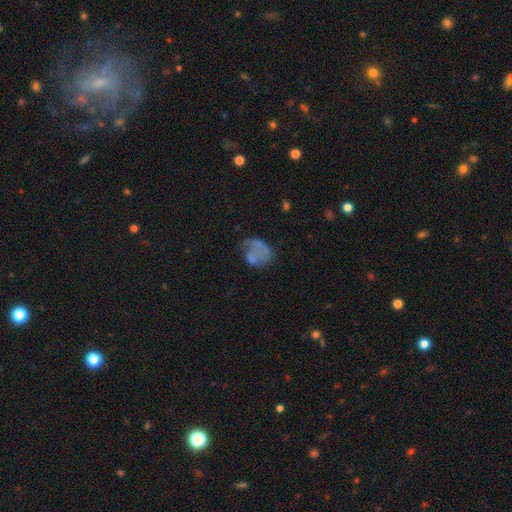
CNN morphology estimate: Smooth or featured? featured or disk (44%)
Merging? major disturbance (37%)